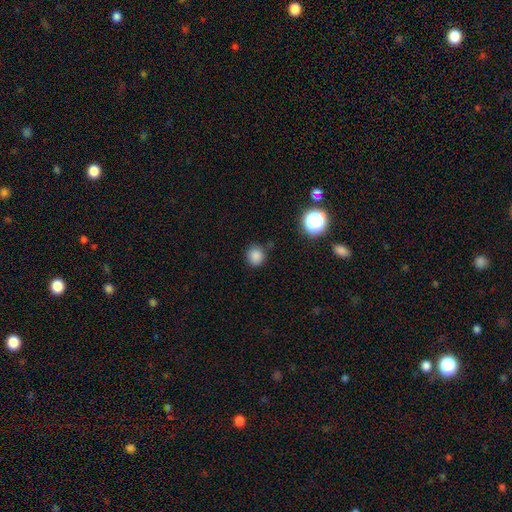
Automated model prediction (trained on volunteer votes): Smooth or featured: smooth — 82% (star or artifact — 14%)
How rounded: round — 88% (in between — 11%)
Merging: none — 83% (minor disturbance — 12%)